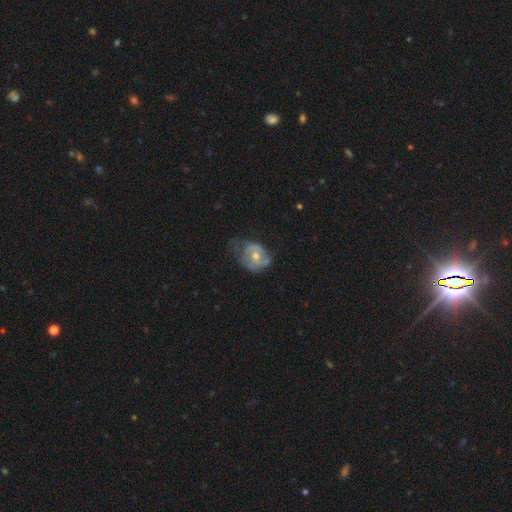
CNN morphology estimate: Q: Smooth or featured?
A: featured or disk (60%); runner-up: smooth (33%)
Q: Edge-on disk?
A: no (97%); runner-up: yes (3%)
Q: Bar?
A: no (71%); runner-up: weak (24%)
Q: Spiral arms?
A: yes (67%); runner-up: no (33%)
Q: Bulge size?
A: moderate (62%); runner-up: small (32%)
Q: Merging?
A: none (38%); runner-up: minor disturbance (33%)